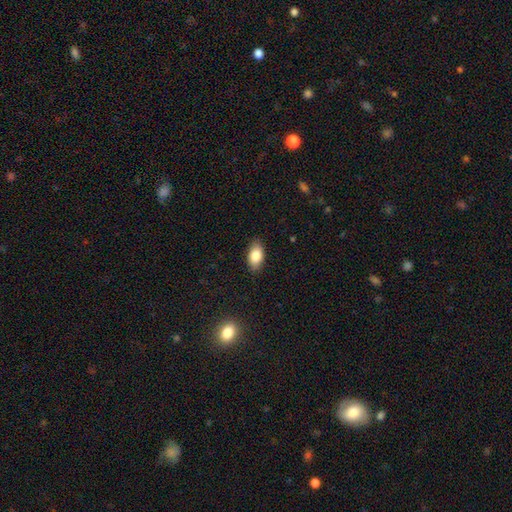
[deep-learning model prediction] Morphology: type=smooth (84%); roundness=in between (91%); merging=none (86%).